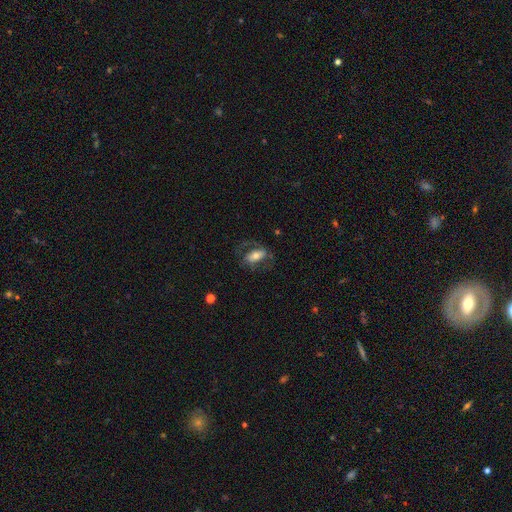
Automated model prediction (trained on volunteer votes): Morphology: type=featured or disk (52%); edge-on=no (90%); merging=none (58%).